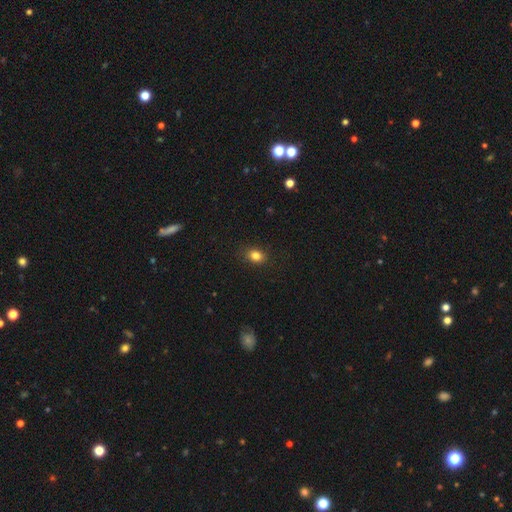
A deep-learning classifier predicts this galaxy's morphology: Q: Smooth or featured?
A: smooth (83%); runner-up: star or artifact (11%)
Q: How rounded?
A: in between (59%); runner-up: round (40%)
Q: Merging?
A: none (86%); runner-up: minor disturbance (10%)